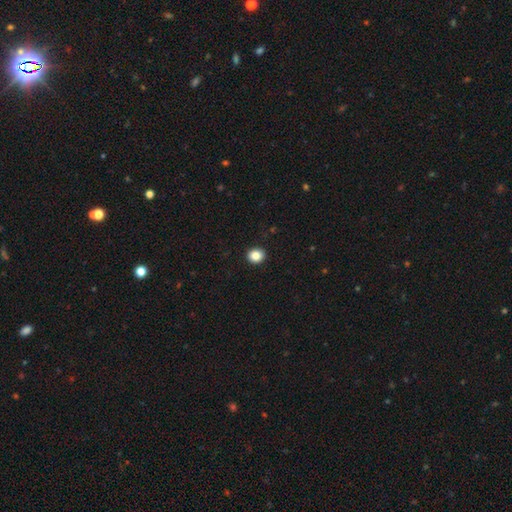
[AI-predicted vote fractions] Smooth or featured? smooth (86%)
How rounded? round (74%)
Merging? none (92%)